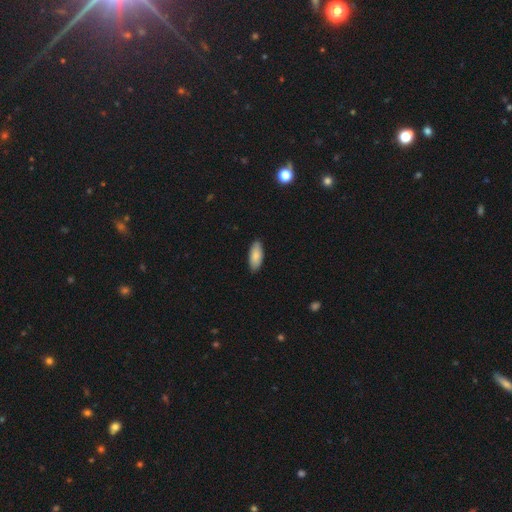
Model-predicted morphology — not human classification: This appears to be a smooth galaxy with no disk features (85%) that is in between round and cigar-shaped (85%). Merging: none (86%).